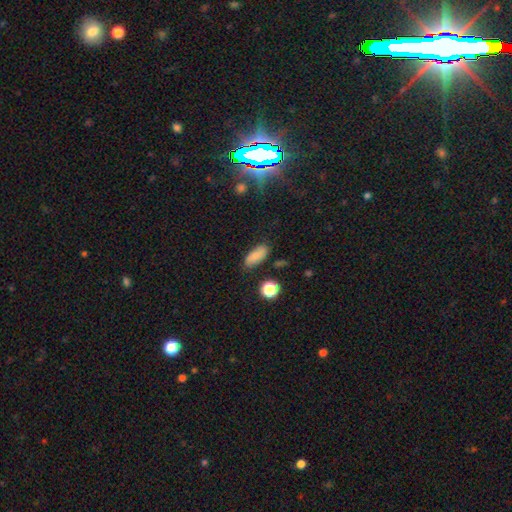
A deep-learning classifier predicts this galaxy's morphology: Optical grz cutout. It shows a smooth galaxy with no disk features (78%) that is in between round and cigar-shaped (80%). Merging: none (79%).